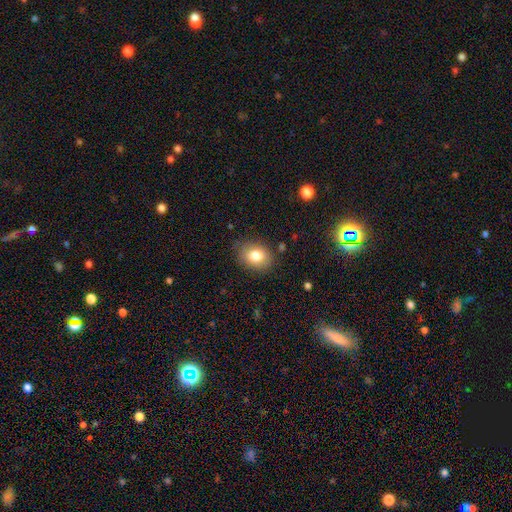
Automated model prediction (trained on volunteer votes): Morphology: type=smooth (80%); roundness=in between (61%); merging=none (81%).